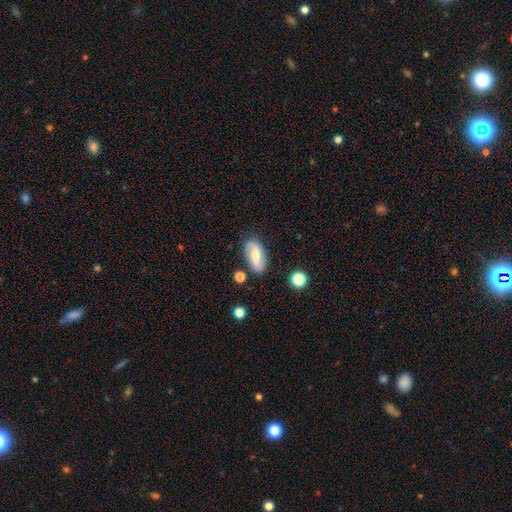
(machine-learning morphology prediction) smooth-or-featured: featured or disk: 49% | smooth: 44% | star or artifact: 7%
  merging: none: 79% | minor disturbance: 15% | major disturbance: 4% | merger: 3%